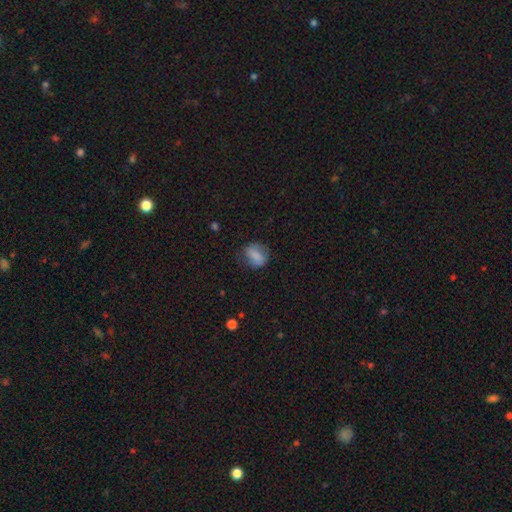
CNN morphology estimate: smooth-or-featured: smooth: 74% | featured or disk: 17% | star or artifact: 9%
  how-rounded: in between: 62% | round: 35% | cigar-shaped: 3%
  merging: none: 62% | minor disturbance: 25% | major disturbance: 11% | merger: 2%